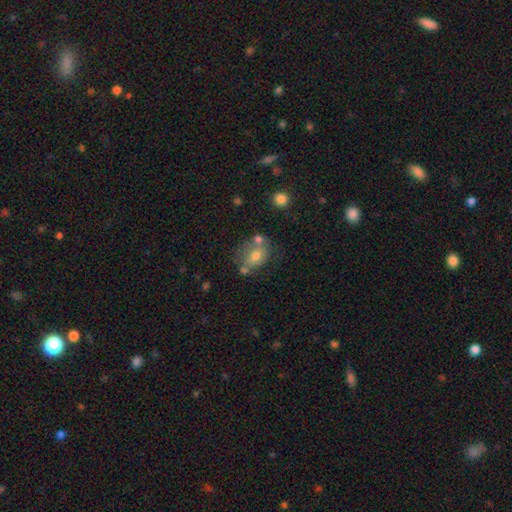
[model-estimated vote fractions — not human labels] A smooth galaxy with no disk features (63%) that is in between round and cigar-shaped (57%). Merging: none (49%).